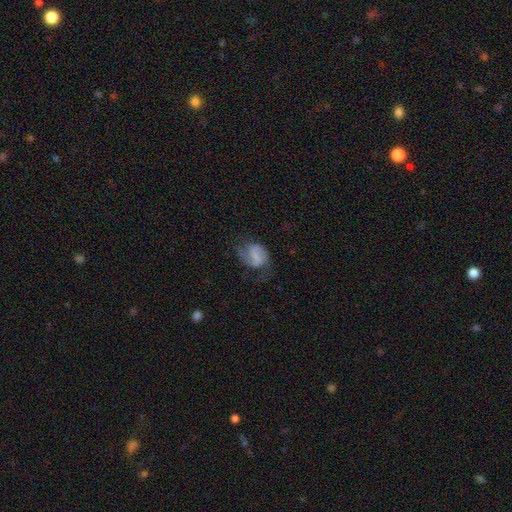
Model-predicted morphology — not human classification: smooth-or-featured: featured or disk: 75% | smooth: 17% | star or artifact: 7%
  disk-edge-on: no: 98% | yes: 2%
    bar: weak: 47% | strong: 29% | no: 24%
    has-spiral-arms: yes: 94% | no: 6%
      spiral-winding: medium: 50% | loose: 29% | tight: 20%
      spiral-arm-count: 2: 87% | 1: 5% | can't tell: 4% | 3: 1% | 4: 1% | more than 4: 1%
    bulge-size: none: 53% | small: 29% | moderate: 13% | large: 3% | dominant: 1%
  merging: none: 62% | minor disturbance: 21% | major disturbance: 15% | merger: 2%